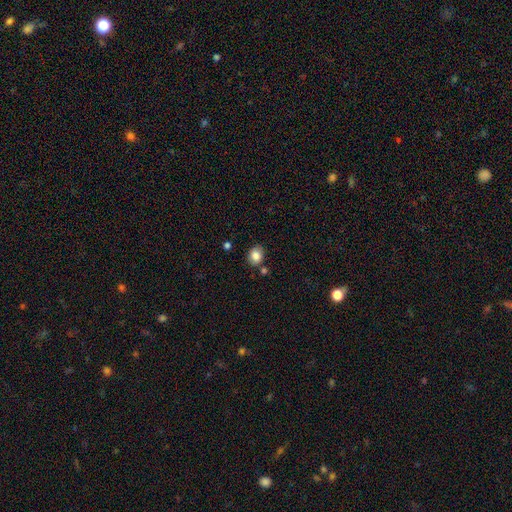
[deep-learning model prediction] Smooth or featured?
  - smooth: 84% *
  - star or artifact: 9%
  - featured or disk: 6%
How rounded?
  - round: 61% *
  - in between: 38%
  - cigar-shaped: 1%
Merging?
  - none: 79% *
  - minor disturbance: 12%
  - merger: 6%
  - major disturbance: 3%